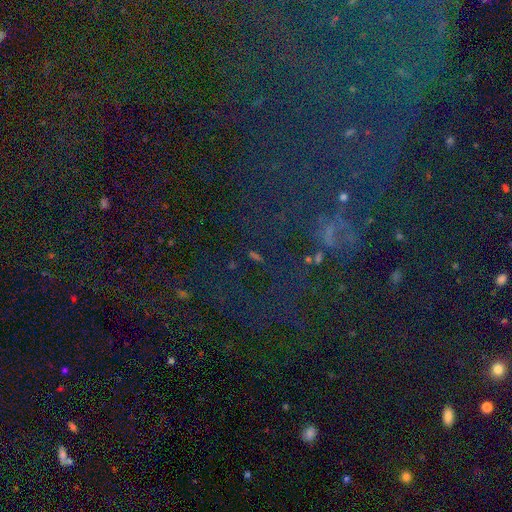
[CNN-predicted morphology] The model was most divided on "smooth or featured": star or artifact: 77%, smooth: 12%, featured or disk: 11%.